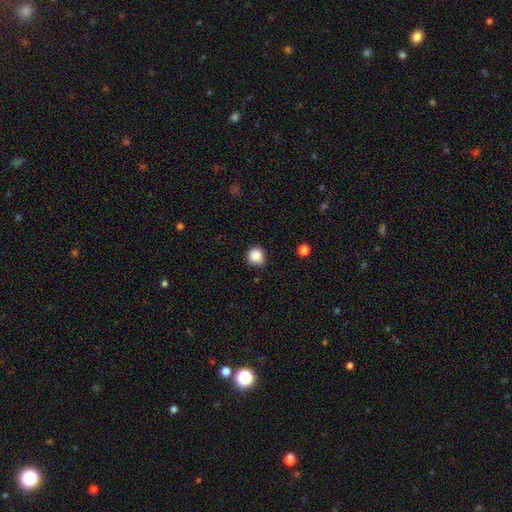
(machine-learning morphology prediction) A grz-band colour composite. It shows a smooth galaxy with no disk features (87%) that is round (91%). Merging: none (83%).